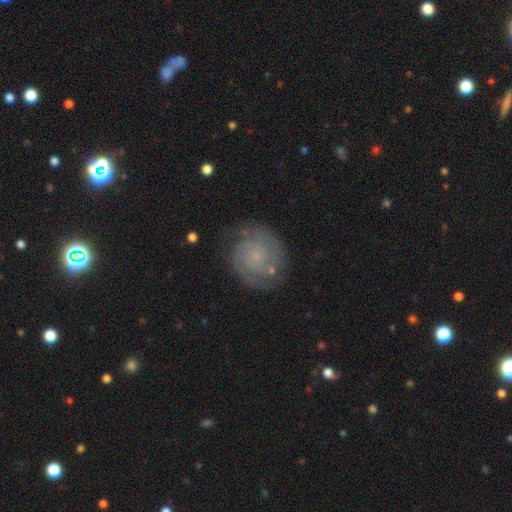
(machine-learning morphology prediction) smooth_or_featured: featured or disk (p=0.78) [alt: smooth p=0.14]
disk_edge_on: no (p=0.98) [alt: yes p=0.02]
bar: no (p=0.77) [alt: weak p=0.20]
has_spiral_arms: yes (p=0.95) [alt: no p=0.05]
spiral_winding: tight (p=0.64) [alt: medium p=0.28]
spiral_arm_count: 2 (p=0.56) [alt: can't tell p=0.19]
bulge_size: small (p=0.76) [alt: none p=0.14]
merging: none (p=0.76) [alt: minor disturbance p=0.15]